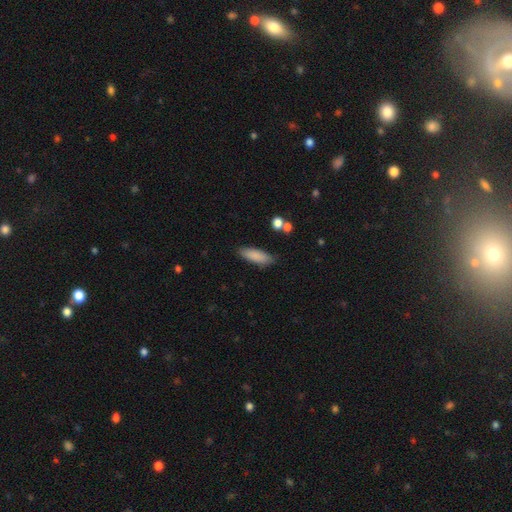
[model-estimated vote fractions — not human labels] This appears to be a smooth galaxy with no disk features (86%) that is in between round and cigar-shaped (55%). Merging: none (84%).